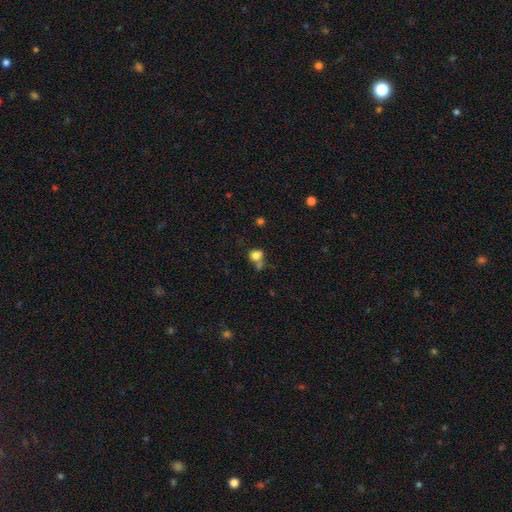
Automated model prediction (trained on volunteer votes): Smooth or featured?
  - smooth: 79% *
  - star or artifact: 12%
  - featured or disk: 8%
How rounded?
  - round: 63% *
  - in between: 35%
  - cigar-shaped: 1%
Merging?
  - none: 44% *
  - merger: 33%
  - minor disturbance: 15%
  - major disturbance: 8%